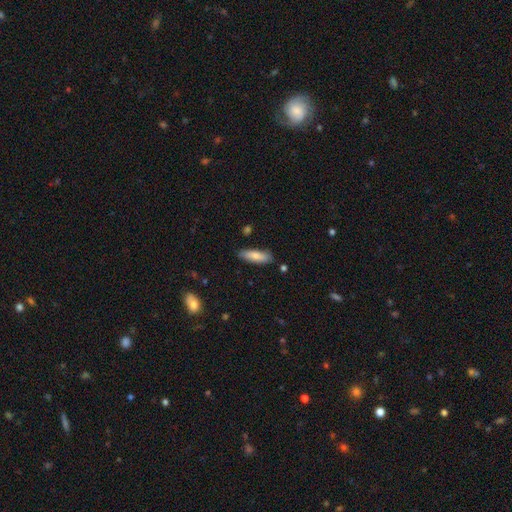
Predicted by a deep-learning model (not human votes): Q: Smooth or featured?
A: smooth (81%); runner-up: featured or disk (13%)
Q: How rounded?
A: in between (51%); runner-up: cigar-shaped (47%)
Q: Merging?
A: none (83%); runner-up: minor disturbance (12%)